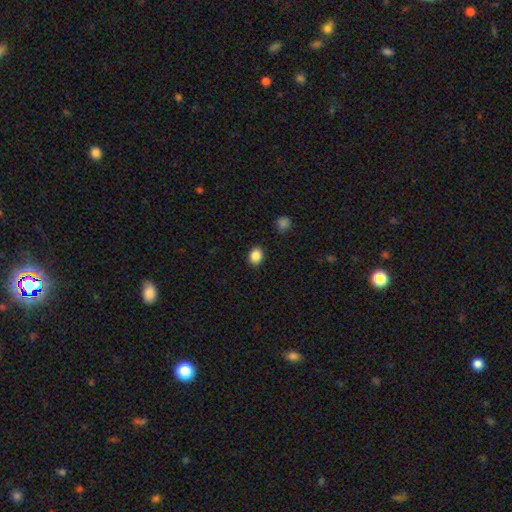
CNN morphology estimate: Overall: smooth (86%). How rounded: round (59%; in between 40%). Merging: none (90%).